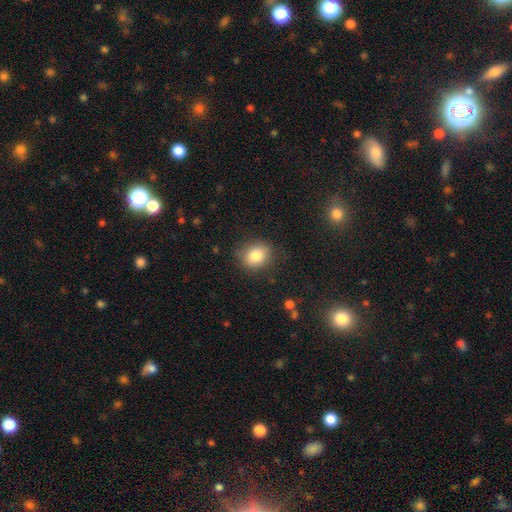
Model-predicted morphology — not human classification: A smooth galaxy with no disk features (82%) that is round (62%). Merging: none (82%).